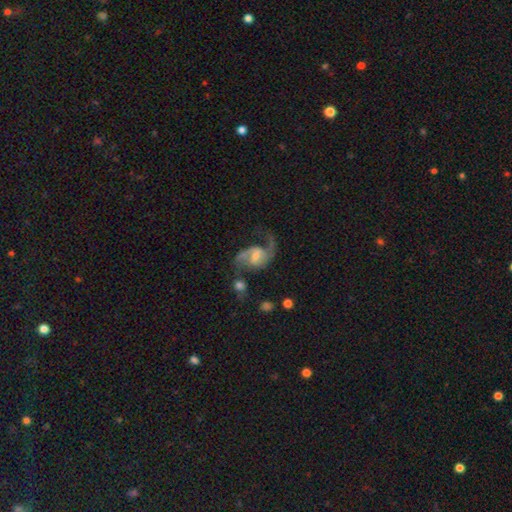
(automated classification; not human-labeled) A featured or disk galaxy (85%) with a weak bar (55%), 2 (86%) loose (55%) spiral arms (95%) and a moderate central bulge (43%).

Vote fractions:
- Smooth or featured? featured or disk: 85% / smooth: 9% / star or artifact: 6%
- Edge-on disk? no: 98% / yes: 2%
- Bar? weak: 55% / no: 28% / strong: 17%
- Spiral arms? yes: 95% / no: 5%
- Spiral winding? loose: 55% / medium: 37% / tight: 8%
- Spiral arm count? 2: 86% / 1: 7% / can't tell: 3% / 3: 1% / 4: 1% / more than 4: 1%
- Bulge size? moderate: 43% / small: 42% / none: 8% / large: 5% / dominant: 1%
- Merging? none: 49% / major disturbance: 22% / minor disturbance: 19% / merger: 10%